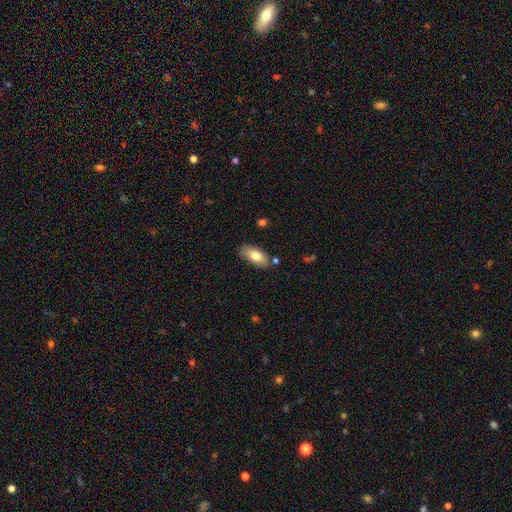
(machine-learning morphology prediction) A smooth galaxy with no disk features (76%) that is in between round and cigar-shaped (90%).

Vote fractions:
- Smooth or featured? smooth: 76% / featured or disk: 17% / star or artifact: 7%
- How rounded? in between: 90% / cigar-shaped: 7% / round: 3%
- Merging? none: 79% / minor disturbance: 15% / merger: 4% / major disturbance: 3%